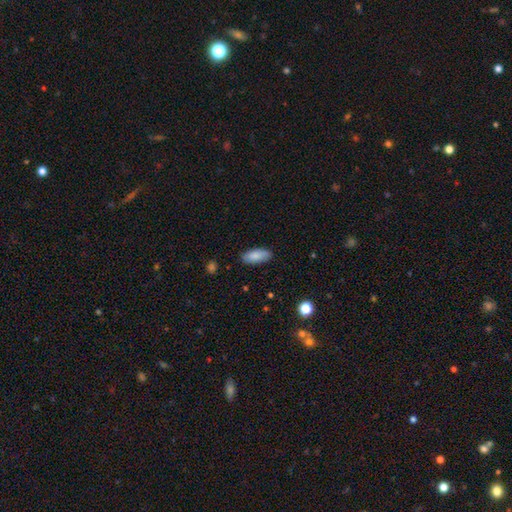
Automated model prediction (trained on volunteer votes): smooth 87%, featured or disk 6%, star or artifact 6%. Down the decision tree: how rounded — in between (83%); merging — none (86%).